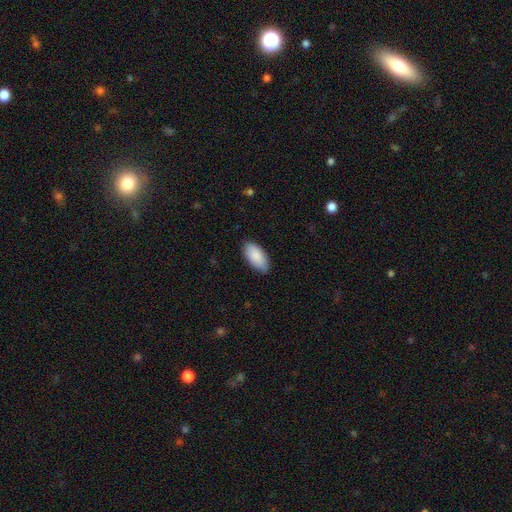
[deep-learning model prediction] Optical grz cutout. It shows a smooth galaxy with no disk features (89%) that is in between round and cigar-shaped (93%). Merging: none (87%).